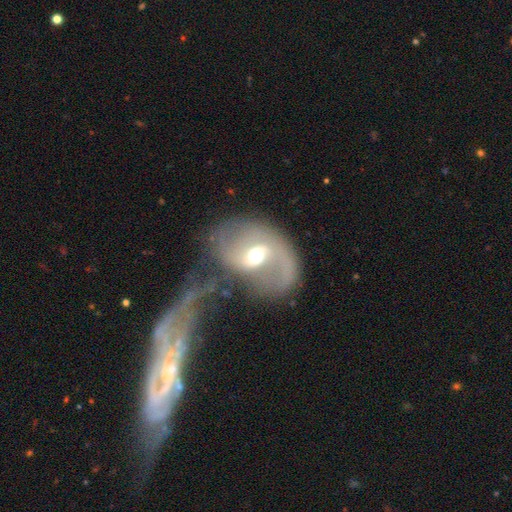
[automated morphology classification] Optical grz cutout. It shows a featured or disk galaxy (81%) with a weak bar (50%), 2 (76%) loose (47%) spiral arms (90%) and a moderate central bulge (69%). Merging: none (35%).